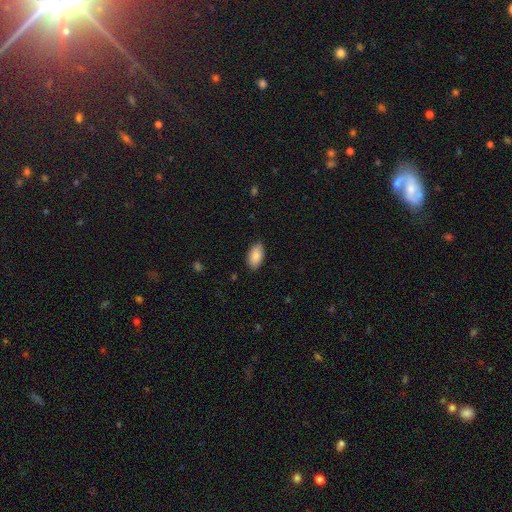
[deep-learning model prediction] Smooth or featured?
  - smooth: 89% *
  - star or artifact: 6%
  - featured or disk: 5%
How rounded?
  - in between: 95% *
  - round: 3%
  - cigar-shaped: 2%
Merging?
  - none: 87% *
  - minor disturbance: 10%
  - major disturbance: 2%
  - merger: 1%